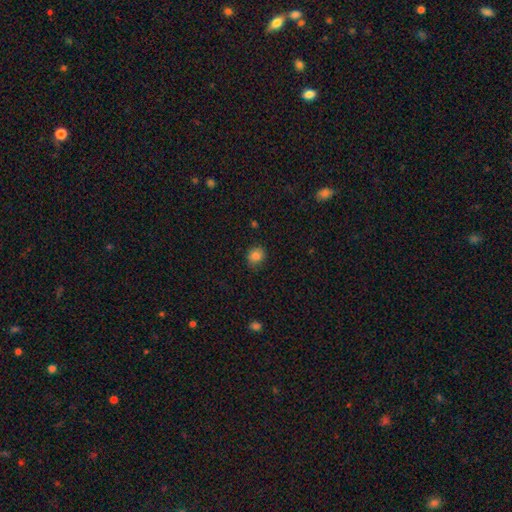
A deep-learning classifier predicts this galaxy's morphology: This appears to be a smooth galaxy with no disk features (84%) that is round (77%). Merging: none (85%).